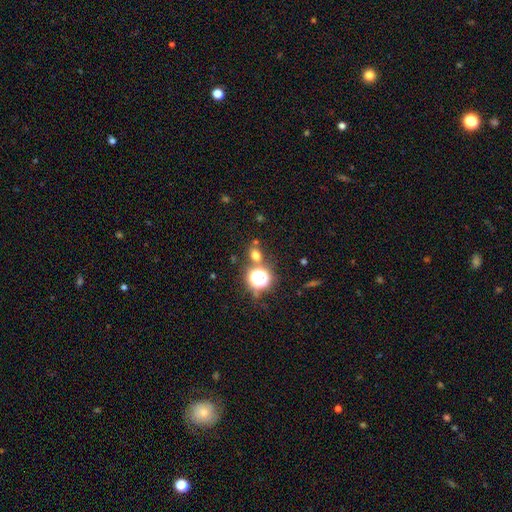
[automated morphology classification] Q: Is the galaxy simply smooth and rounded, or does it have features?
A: smooth — 62%.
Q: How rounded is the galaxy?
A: round — 64%.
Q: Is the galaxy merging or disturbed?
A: none — 73%.